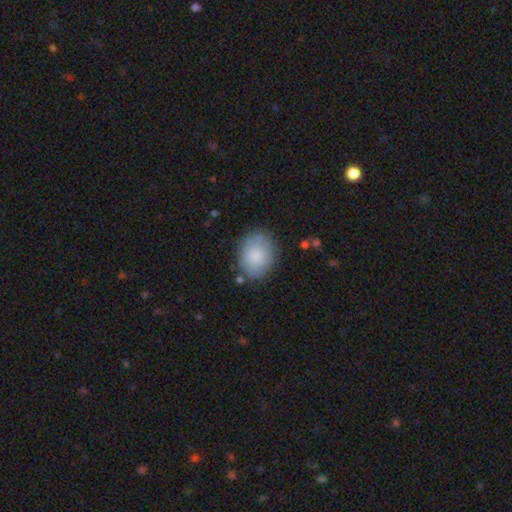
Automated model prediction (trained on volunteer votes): smooth_or_featured: smooth (p=0.78) [alt: featured or disk p=0.15]
how_rounded: in between (p=0.54) [alt: round p=0.45]
merging: none (p=0.77) [alt: minor disturbance p=0.16]